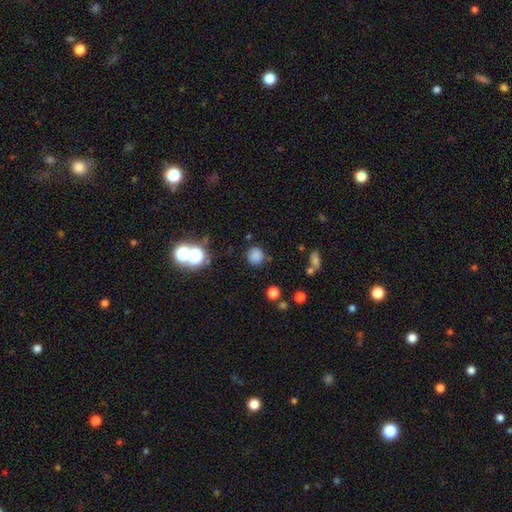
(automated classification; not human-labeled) This appears to be a smooth galaxy with no disk features (78%) that is round (90%). Merging: none (82%).